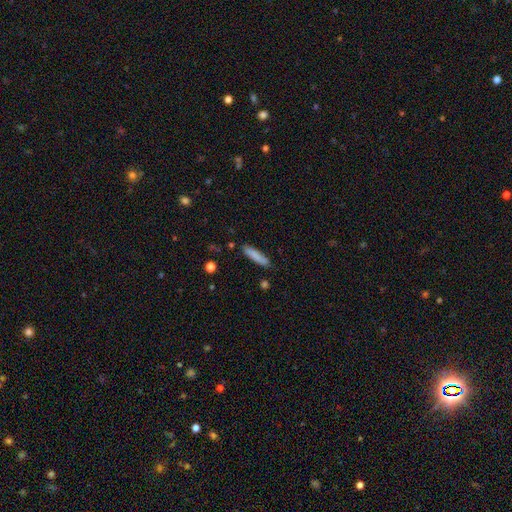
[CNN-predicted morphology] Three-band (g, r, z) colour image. It shows a smooth galaxy with no disk features (83%) that is cigar-shaped (84%). Merging: none (85%).